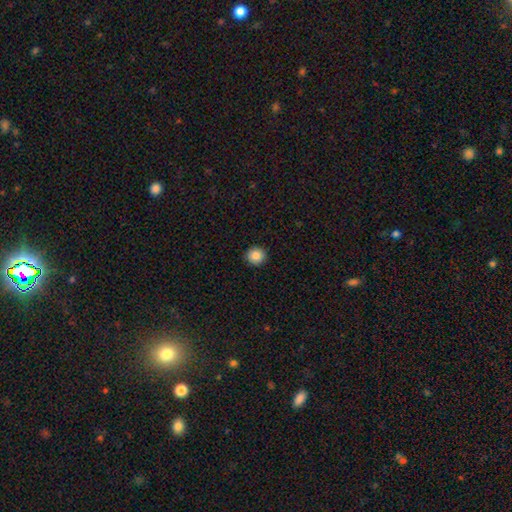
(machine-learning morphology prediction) A smooth galaxy with no disk features (88%) that is round (91%). Merging: none (92%).